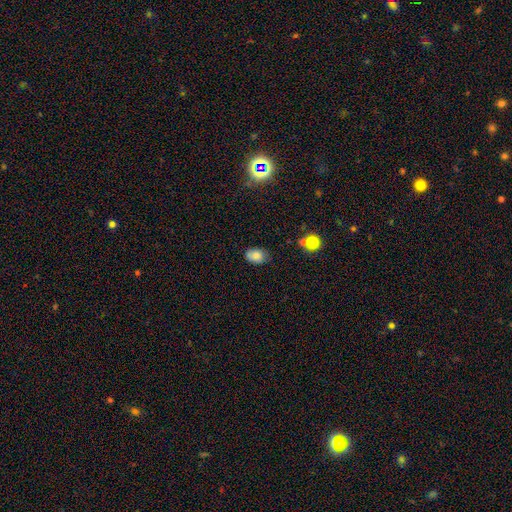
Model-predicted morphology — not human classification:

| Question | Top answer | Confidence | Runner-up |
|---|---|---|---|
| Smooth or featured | smooth | 78% | featured or disk (12%) |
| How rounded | in between | 83% | round (16%) |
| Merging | none | 70% | minor disturbance (24%) |